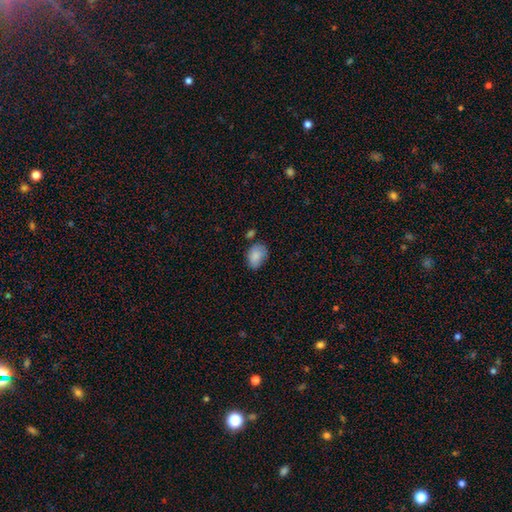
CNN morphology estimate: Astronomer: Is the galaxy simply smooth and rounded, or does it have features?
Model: smooth — 86%.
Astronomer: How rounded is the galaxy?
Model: in between — 81%.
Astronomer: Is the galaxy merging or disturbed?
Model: none — 61%.